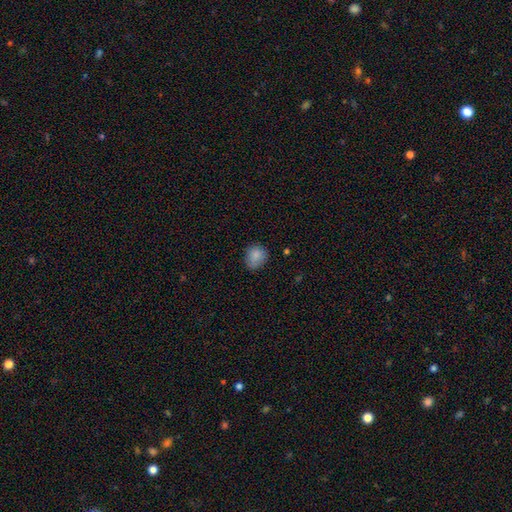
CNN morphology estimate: A smooth galaxy with no disk features (85%) that is round (66%). Merging: none (72%).